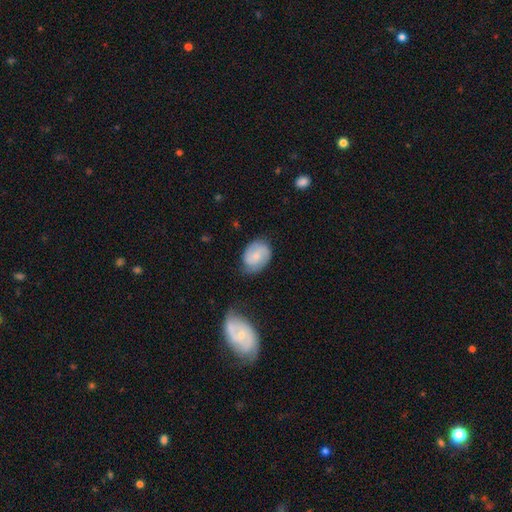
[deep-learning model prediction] A featured or disk galaxy (50%). Merging: none (66%).